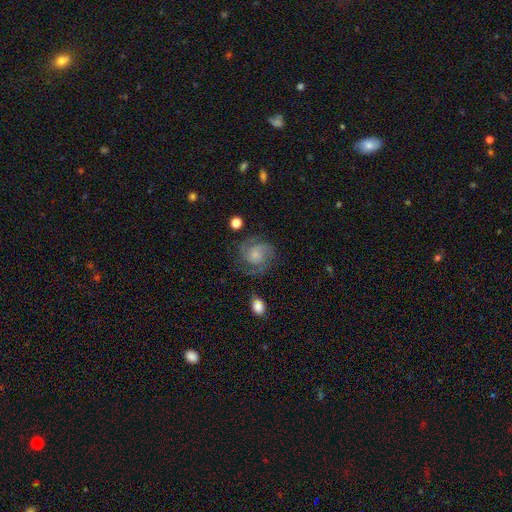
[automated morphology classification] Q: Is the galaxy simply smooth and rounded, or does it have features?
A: featured or disk — 71%.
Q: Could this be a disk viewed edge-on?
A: no — 98%.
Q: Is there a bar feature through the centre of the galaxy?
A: no — 70%.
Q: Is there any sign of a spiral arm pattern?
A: yes — 94%.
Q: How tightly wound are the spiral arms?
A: medium — 45%.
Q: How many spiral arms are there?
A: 2 — 50%.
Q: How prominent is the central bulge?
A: small — 52%.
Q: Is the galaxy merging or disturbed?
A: none — 69%.